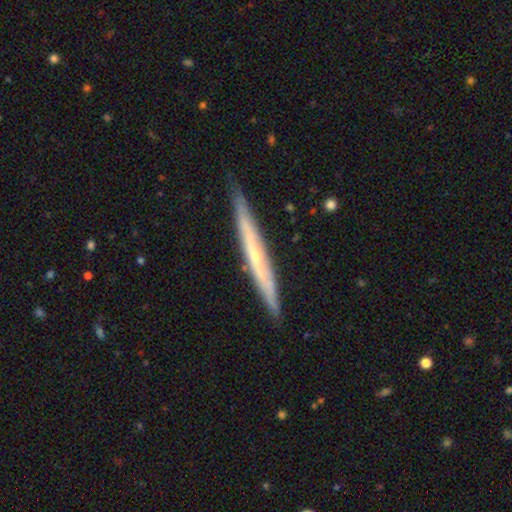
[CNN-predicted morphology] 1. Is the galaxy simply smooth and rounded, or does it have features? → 69% featured or disk, 25% smooth, 6% star or artifact.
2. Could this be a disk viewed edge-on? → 95% yes, 5% no.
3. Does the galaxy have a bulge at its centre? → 49% none, 48% rounded, 4% boxy.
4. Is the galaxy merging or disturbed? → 87% none, 11% minor disturbance, 2% major disturbance, 1% merger.